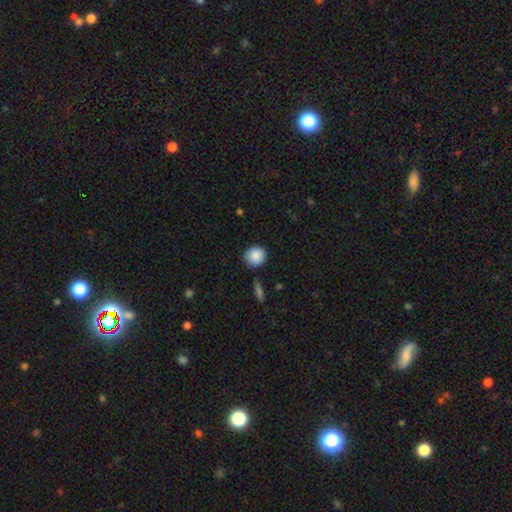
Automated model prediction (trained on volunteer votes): A smooth galaxy with no disk features (88%) that is round (90%). Merging: none (84%).